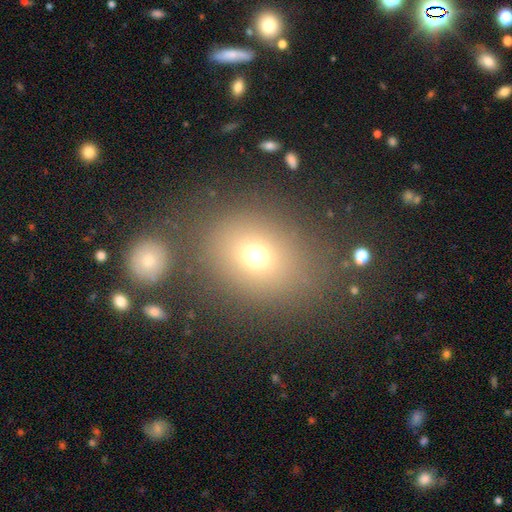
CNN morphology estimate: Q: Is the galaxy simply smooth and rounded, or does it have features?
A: smooth — 68%.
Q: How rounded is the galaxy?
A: round — 56%.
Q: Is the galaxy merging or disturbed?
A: none — 76%.